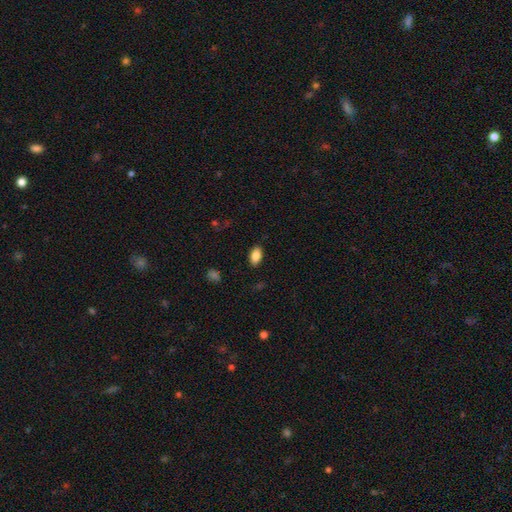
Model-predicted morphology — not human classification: A smooth galaxy with no disk features (86%) that is in between round and cigar-shaped (92%). Merging: none (87%).